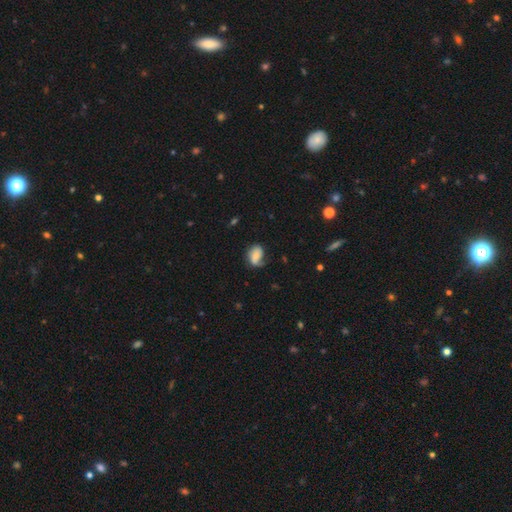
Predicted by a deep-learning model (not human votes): Smooth or featured?
  - smooth: 52% *
  - featured or disk: 40%
  - star or artifact: 9%
How rounded?
  - in between: 72% *
  - round: 27%
  - cigar-shaped: 1%
Merging?
  - none: 48% *
  - minor disturbance: 31%
  - major disturbance: 18%
  - merger: 3%